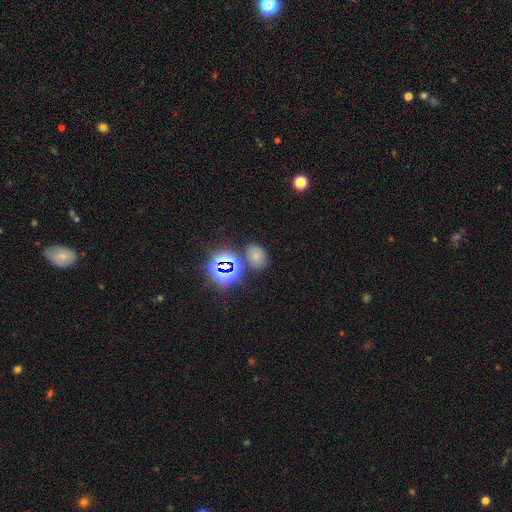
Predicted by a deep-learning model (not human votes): This appears to be a smooth galaxy with no disk features (58%) that is in between round and cigar-shaped (67%). Merging: none (75%).